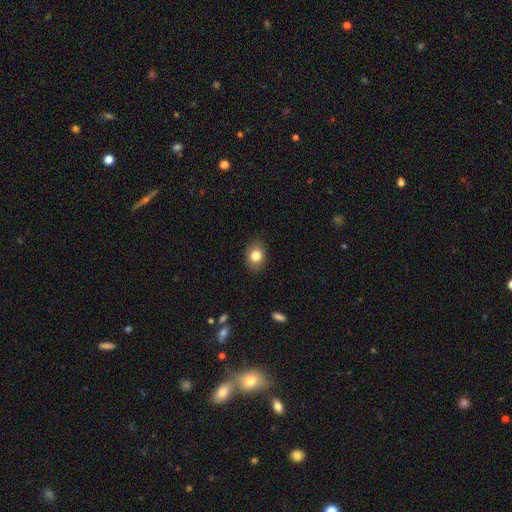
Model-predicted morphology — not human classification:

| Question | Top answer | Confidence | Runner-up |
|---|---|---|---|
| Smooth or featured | smooth | 82% | star or artifact (10%) |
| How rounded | in between | 54% | round (45%) |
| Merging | none | 86% | minor disturbance (10%) |